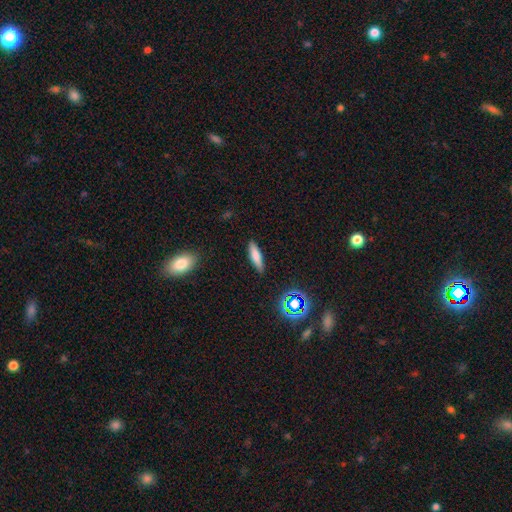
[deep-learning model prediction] Morphology: type=smooth (73%); roundness=cigar-shaped (69%); merging=none (88%).